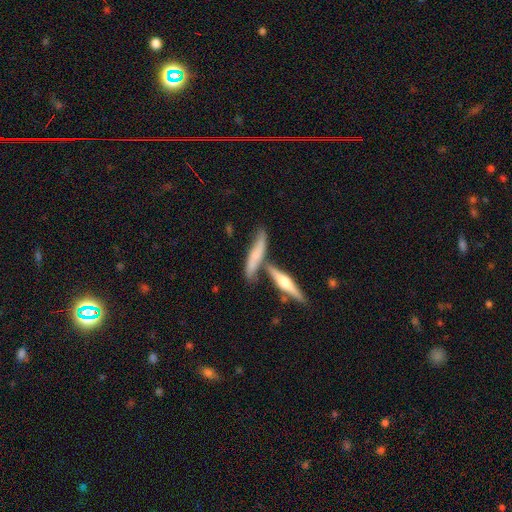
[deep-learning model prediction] Morphology: type=featured or disk (54%); edge-on=yes (86%); merging=none (50%).